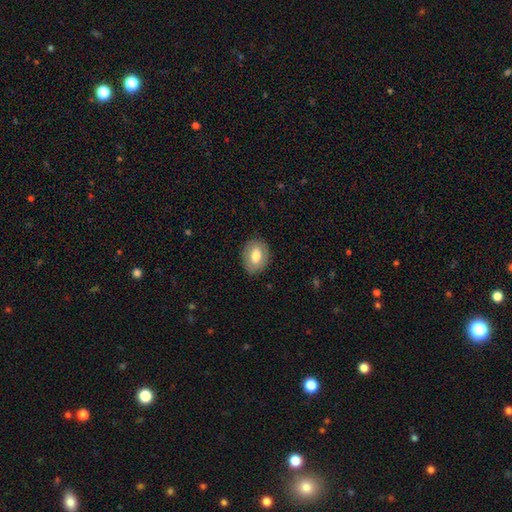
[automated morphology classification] Overall: smooth (68%). How rounded: in between (67%; round 32%). Merging: none (84%).